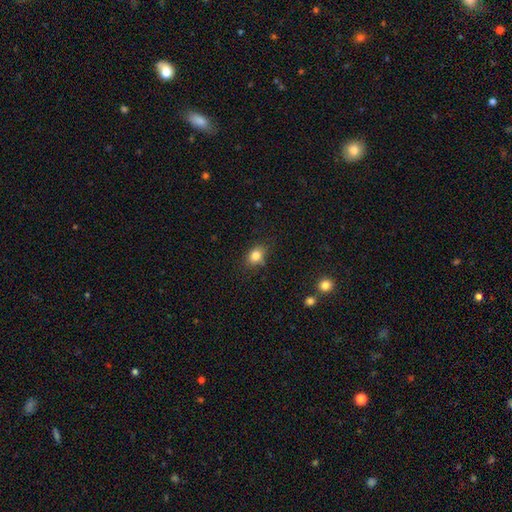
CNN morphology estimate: Smooth or featured? smooth (82%)
How rounded? in between (56%)
Merging? none (77%)